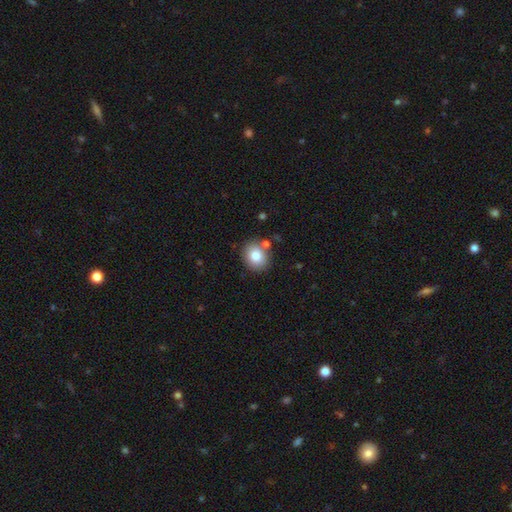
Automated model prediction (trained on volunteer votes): The model was most divided on "how rounded": round: 72%, in between: 27%, cigar-shaped: 1%. More confident: smooth or featured — smooth (81%); merging — none (78%).